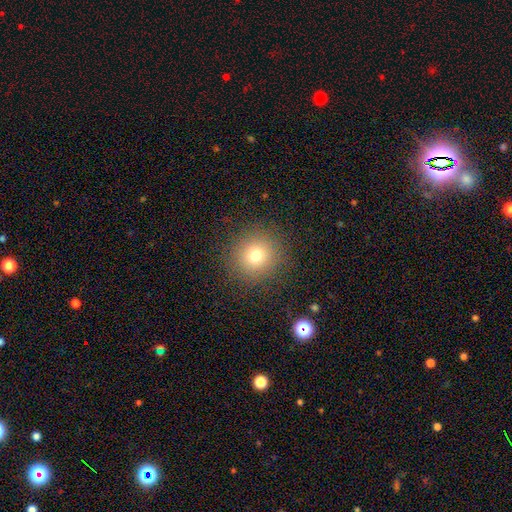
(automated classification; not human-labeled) Smooth or featured? smooth (76%)
How rounded? round (93%)
Merging? none (89%)